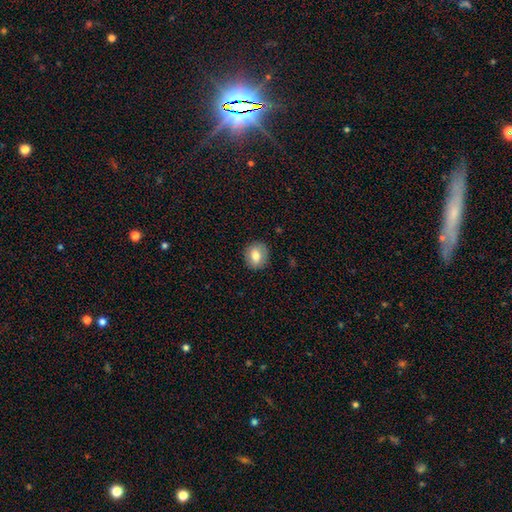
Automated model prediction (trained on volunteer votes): smooth-or-featured: smooth: 76% | featured or disk: 16% | star or artifact: 8%
  how-rounded: round: 68% | in between: 31% | cigar-shaped: 1%
  merging: none: 87% | minor disturbance: 9% | major disturbance: 3% | merger: 1%